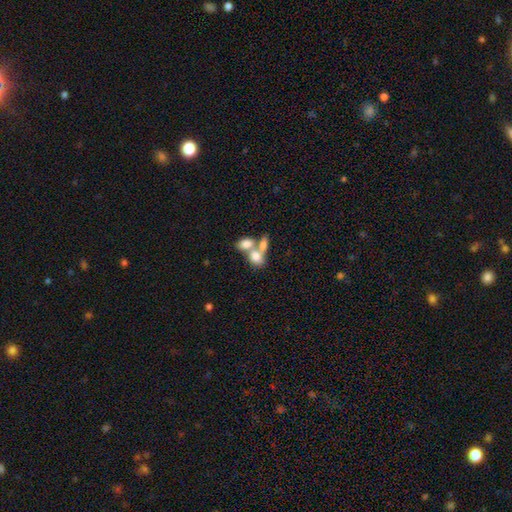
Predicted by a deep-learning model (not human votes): A smooth galaxy with no disk features (73%) that is in between round and cigar-shaped (70%). Merging: merger (66%).